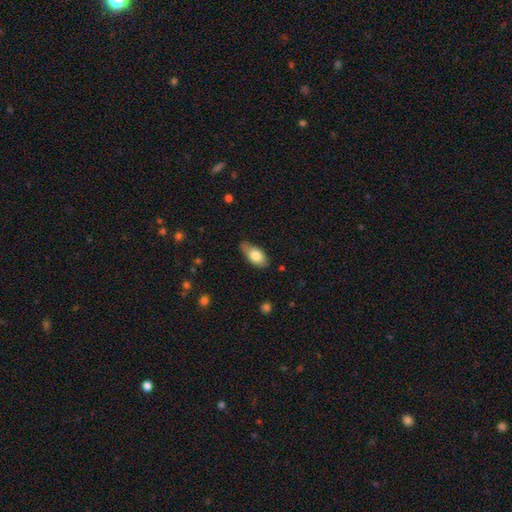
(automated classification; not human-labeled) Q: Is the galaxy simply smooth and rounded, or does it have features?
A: smooth — 77%.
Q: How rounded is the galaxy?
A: in between — 90%.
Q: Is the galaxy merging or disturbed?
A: none — 63%.